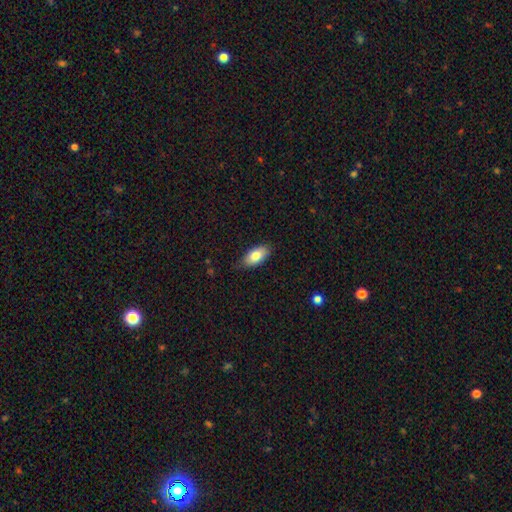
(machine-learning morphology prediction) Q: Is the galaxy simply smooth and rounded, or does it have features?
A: smooth — 79%.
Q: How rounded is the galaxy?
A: in between — 92%.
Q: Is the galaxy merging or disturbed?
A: none — 80%.